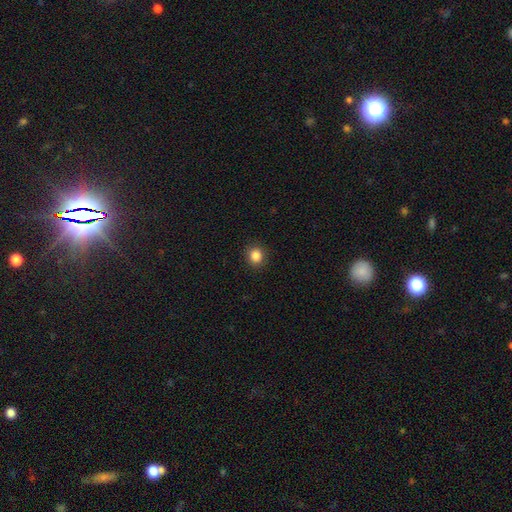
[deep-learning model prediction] Smooth or featured: smooth — 85% (star or artifact — 11%)
How rounded: round — 84% (in between — 15%)
Merging: none — 91% (minor disturbance — 6%)